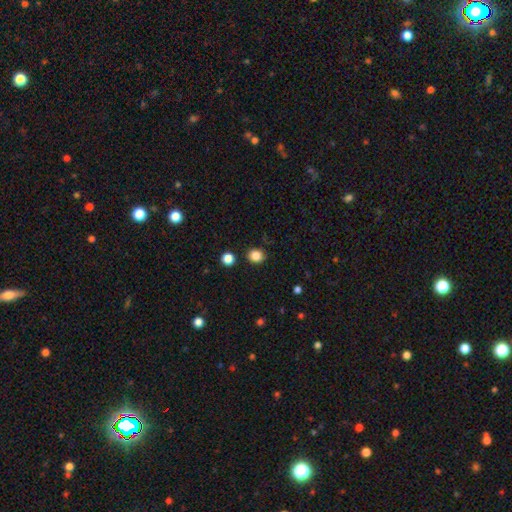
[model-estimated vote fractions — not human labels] The model was most divided on "how rounded": round: 77%, in between: 22%, cigar-shaped: 1%. More confident: merging — none (88%); smooth or featured — smooth (85%).